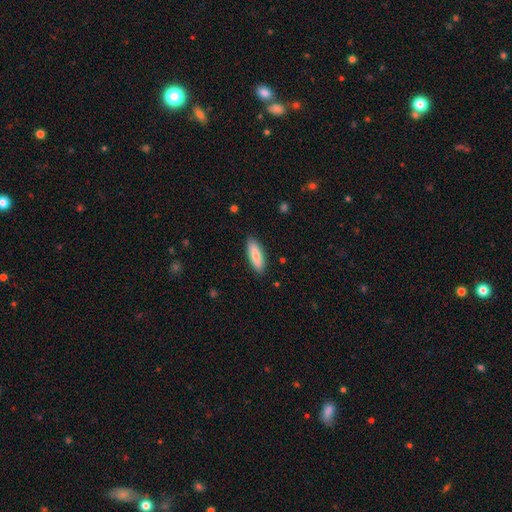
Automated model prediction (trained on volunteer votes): smooth_or_featured: smooth (p=0.82) [alt: featured or disk p=0.12]
how_rounded: in between (p=0.52) [alt: cigar-shaped p=0.47]
merging: none (p=0.88) [alt: minor disturbance p=0.09]